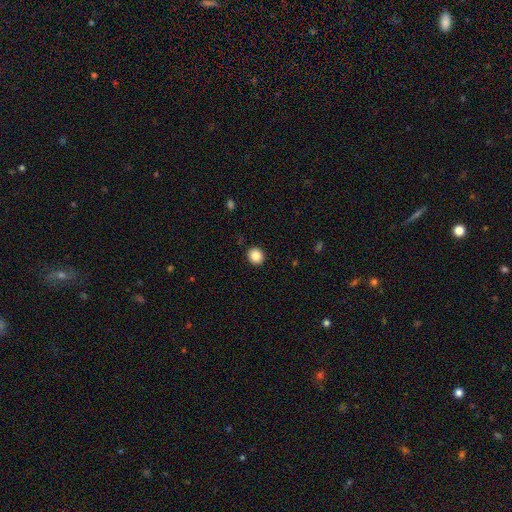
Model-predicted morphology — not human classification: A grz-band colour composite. It shows a smooth galaxy with no disk features (87%) that is round (84%). Merging: none (91%).